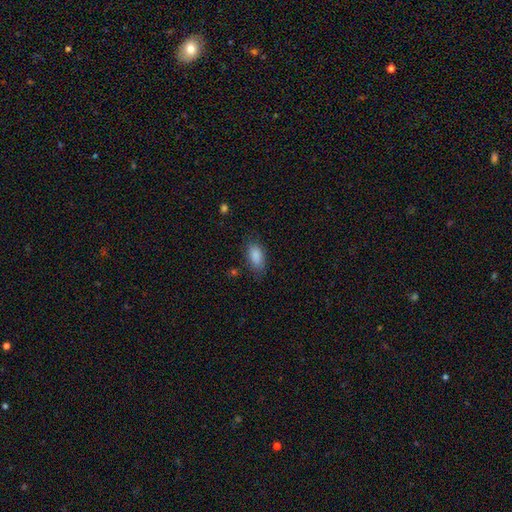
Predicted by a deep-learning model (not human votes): Smooth or featured? smooth (88%)
How rounded? in between (89%)
Merging? none (77%)